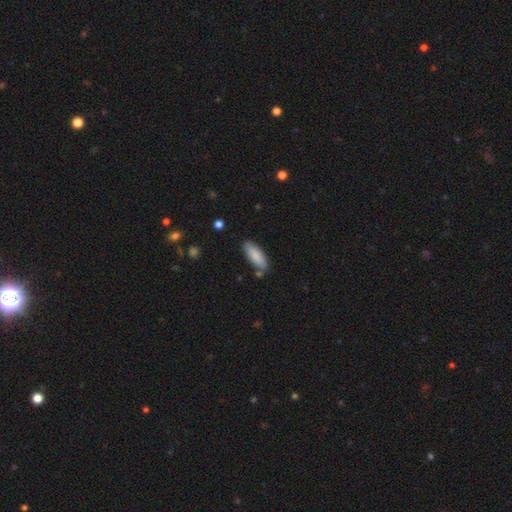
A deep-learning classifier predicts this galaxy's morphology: Smooth or featured?
  - smooth: 86% *
  - featured or disk: 9%
  - star or artifact: 6%
How rounded?
  - in between: 68% *
  - cigar-shaped: 31%
  - round: 2%
Merging?
  - none: 78% *
  - minor disturbance: 15%
  - merger: 5%
  - major disturbance: 3%